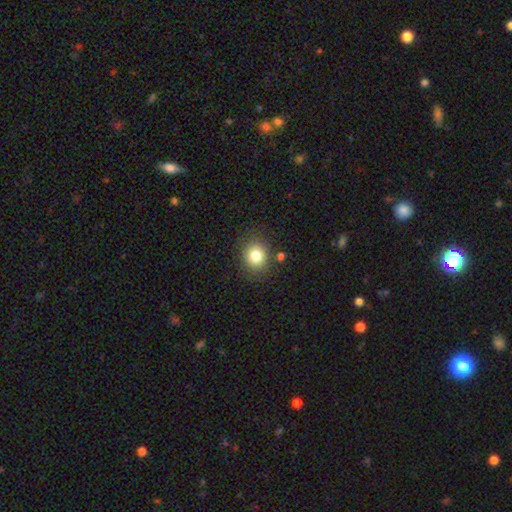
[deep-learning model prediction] Smooth or featured: smooth — 81% (star or artifact — 11%)
How rounded: round — 71% (in between — 28%)
Merging: none — 82% (minor disturbance — 10%)